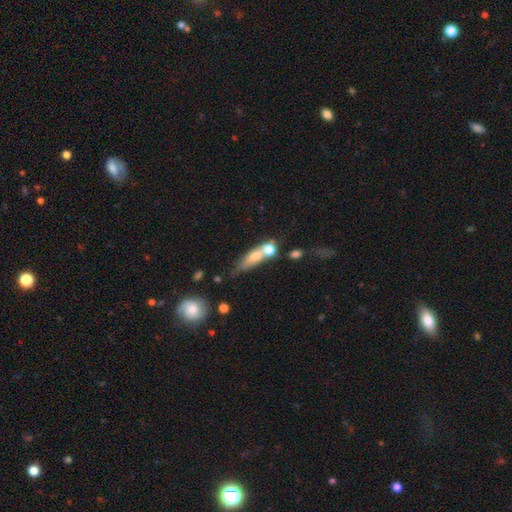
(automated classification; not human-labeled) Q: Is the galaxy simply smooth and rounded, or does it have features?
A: smooth — 57%.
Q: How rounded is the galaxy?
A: cigar-shaped — 50%.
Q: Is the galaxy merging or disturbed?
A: merger — 41%.